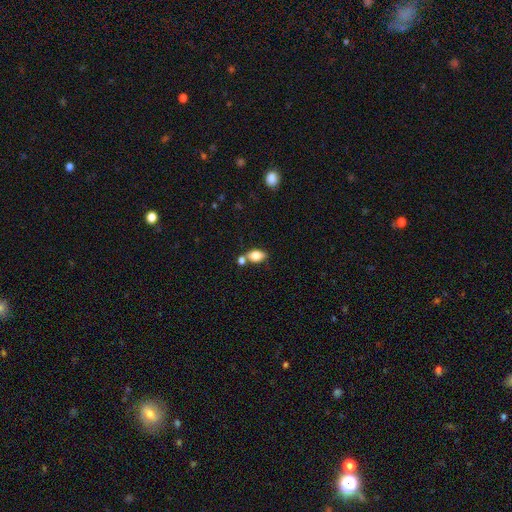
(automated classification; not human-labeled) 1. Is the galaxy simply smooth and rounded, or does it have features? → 79% smooth, 13% featured or disk, 9% star or artifact.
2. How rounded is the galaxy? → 84% in between, 13% round, 3% cigar-shaped.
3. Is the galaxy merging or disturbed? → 58% none, 24% merger, 13% minor disturbance, 4% major disturbance.